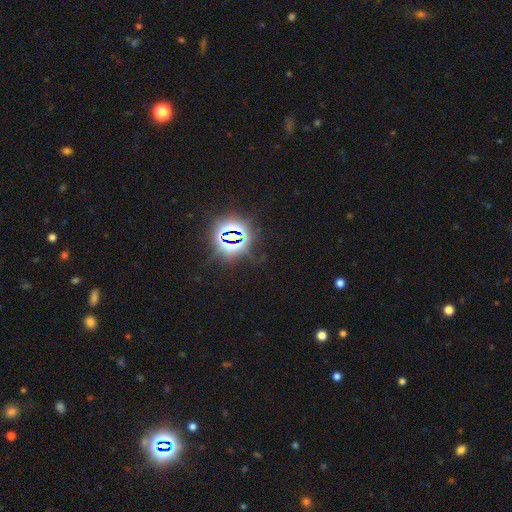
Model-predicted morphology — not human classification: Smooth or featured?
  - star or artifact: 81% *
  - smooth: 12%
  - featured or disk: 7%